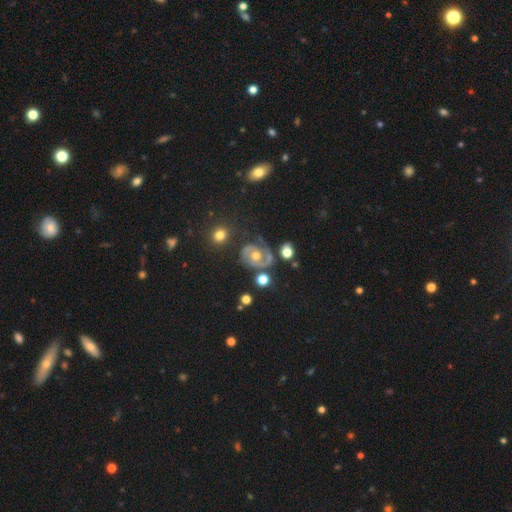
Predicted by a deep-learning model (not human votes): Q: Smooth or featured?
A: featured or disk (82%); runner-up: smooth (10%)
Q: Edge-on disk?
A: no (98%); runner-up: yes (2%)
Q: Bar?
A: no (68%); runner-up: weak (25%)
Q: Spiral arms?
A: yes (94%); runner-up: no (6%)
Q: Spiral winding?
A: medium (46%); runner-up: tight (41%)
Q: Spiral arm count?
A: 2 (78%); runner-up: 1 (10%)
Q: Bulge size?
A: moderate (71%); runner-up: small (21%)
Q: Merging?
A: none (59%); runner-up: minor disturbance (21%)